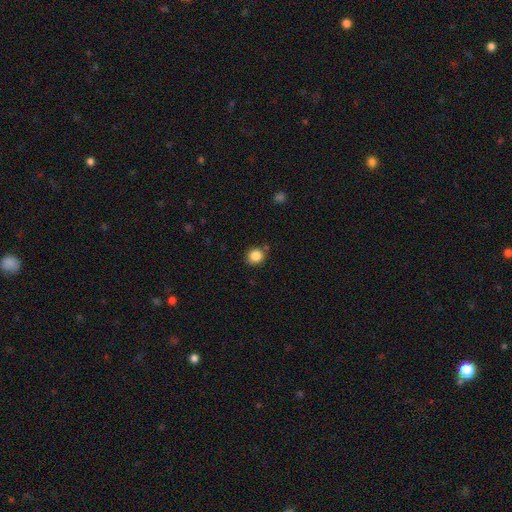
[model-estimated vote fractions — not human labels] A smooth galaxy with no disk features (86%) that is round (86%). Merging: none (80%).